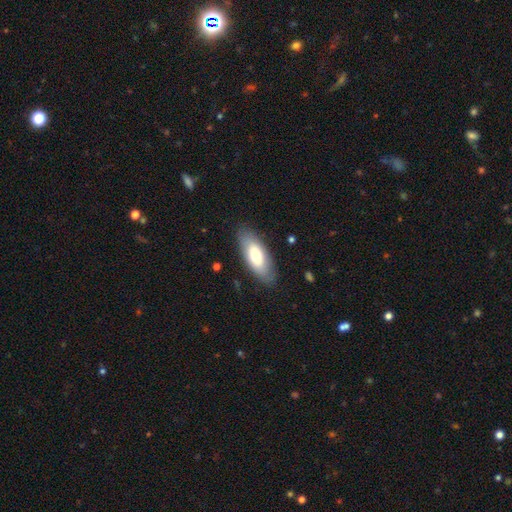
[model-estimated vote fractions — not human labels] Morphology: type=smooth (70%); roundness=in between (83%); merging=none (84%).